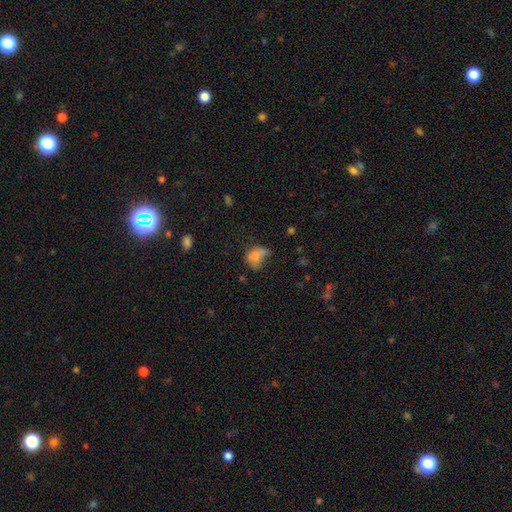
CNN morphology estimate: smooth-or-featured: smooth: 69% | featured or disk: 17% | star or artifact: 14%
  how-rounded: in between: 75% | round: 23% | cigar-shaped: 2%
  merging: major disturbance: 33% | minor disturbance: 31% | none: 27% | merger: 8%